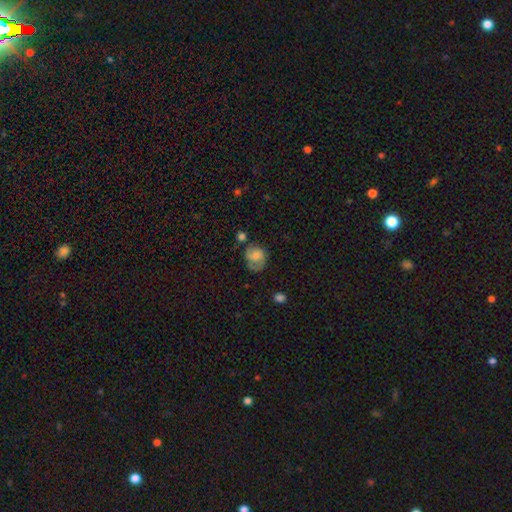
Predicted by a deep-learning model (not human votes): smooth-or-featured: smooth: 65% | featured or disk: 26% | star or artifact: 9%
  how-rounded: round: 60% | in between: 39% | cigar-shaped: 1%
  merging: none: 45% | minor disturbance: 30% | major disturbance: 18% | merger: 6%